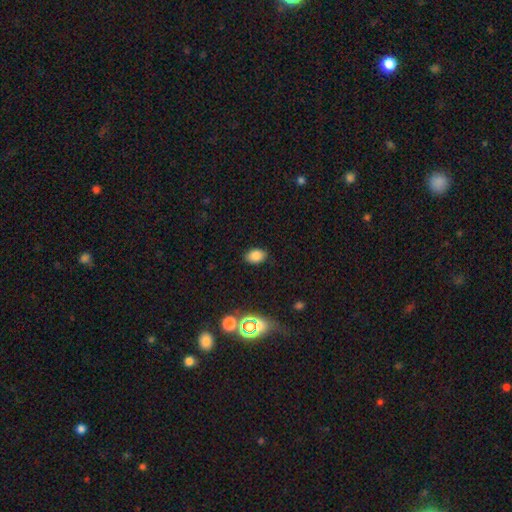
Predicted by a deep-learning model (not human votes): A smooth galaxy with no disk features (82%) that is in between round and cigar-shaped (79%).

Vote fractions:
- Smooth or featured? smooth: 82% / star or artifact: 13% / featured or disk: 5%
- How rounded? in between: 79% / round: 20% / cigar-shaped: 1%
- Merging? none: 86% / minor disturbance: 10% / major disturbance: 3% / merger: 1%